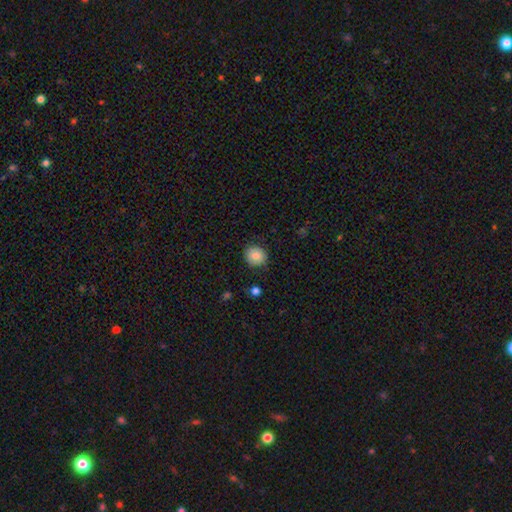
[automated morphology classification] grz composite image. It shows a smooth galaxy with no disk features (81%) that is round (87%). Merging: none (83%).